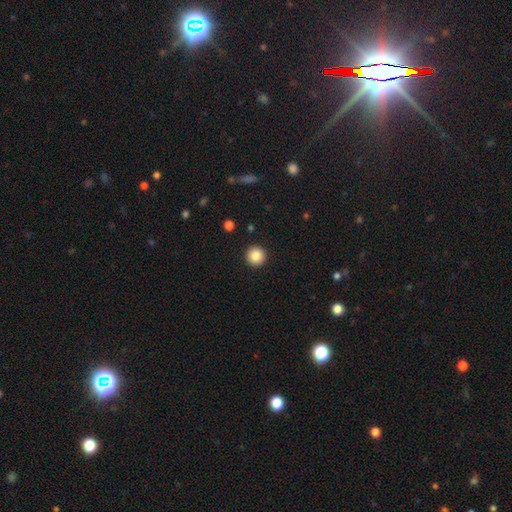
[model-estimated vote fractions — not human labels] Smooth or featured?
  - smooth: 86% *
  - star or artifact: 9%
  - featured or disk: 5%
How rounded?
  - round: 96% *
  - in between: 3%
  - cigar-shaped: 1%
Merging?
  - none: 93% *
  - minor disturbance: 4%
  - major disturbance: 2%
  - merger: 1%